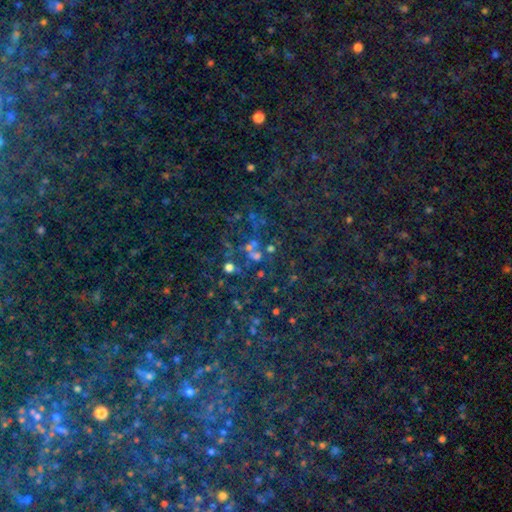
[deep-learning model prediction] This appears to be a star or artifact, not a galaxy (45%).